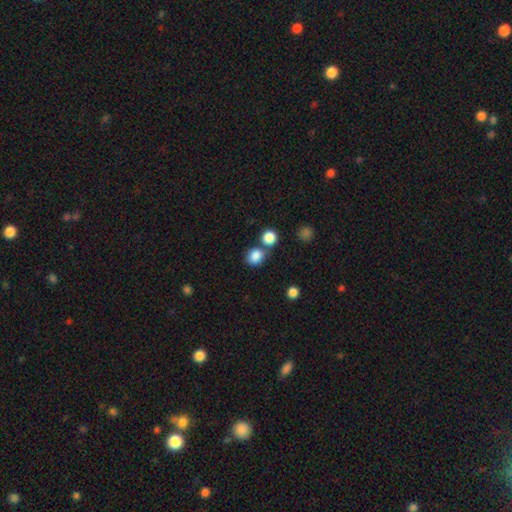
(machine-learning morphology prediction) smooth_or_featured: smooth (p=0.84) [alt: star or artifact p=0.11]
how_rounded: round (p=0.63) [alt: in between p=0.36]
merging: none (p=0.58) [alt: merger p=0.27]